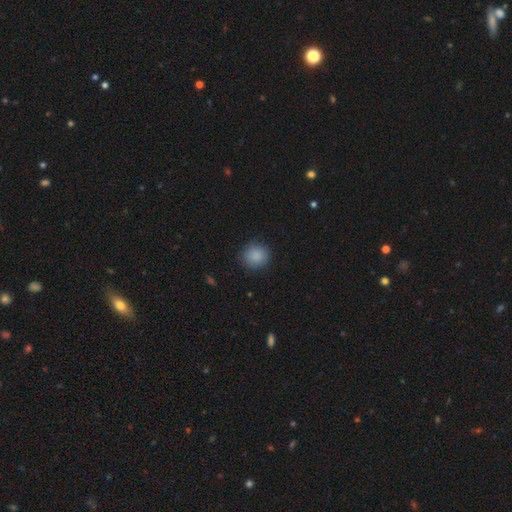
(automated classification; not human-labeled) Smooth or featured?
  - smooth: 88% *
  - star or artifact: 9%
  - featured or disk: 3%
How rounded?
  - round: 91% *
  - in between: 8%
  - cigar-shaped: 1%
Merging?
  - none: 90% *
  - minor disturbance: 7%
  - major disturbance: 2%
  - merger: 1%